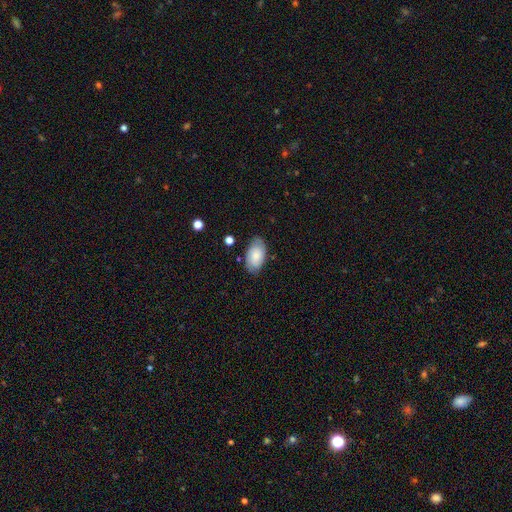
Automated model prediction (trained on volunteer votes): Overall: smooth (67%). How rounded: in between (93%). Merging: none (78%).